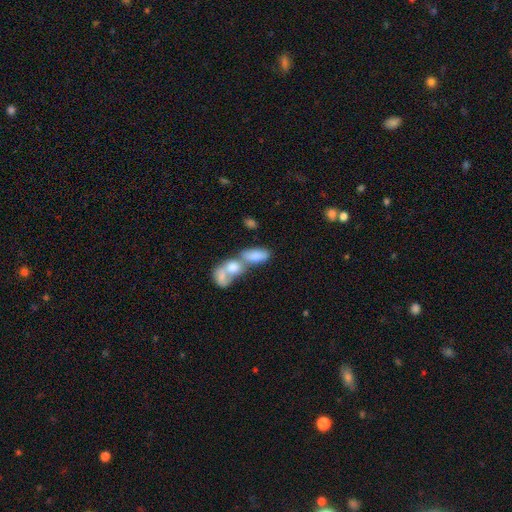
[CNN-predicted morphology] This is likely a smooth galaxy (74%). How rounded: clearly in between (83%). Merging: likely merger (66%).